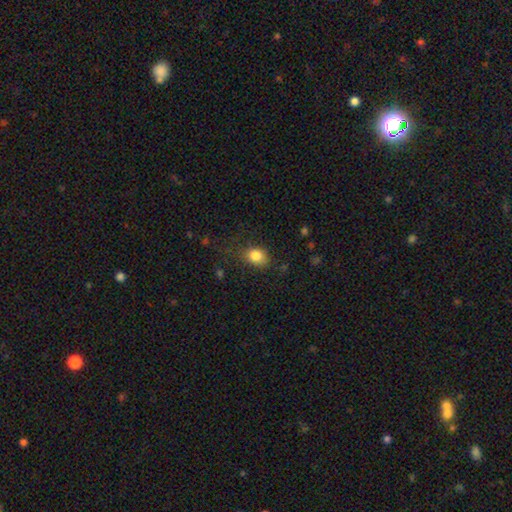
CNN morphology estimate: Smooth or featured? smooth (84%)
How rounded? in between (60%)
Merging? none (71%)